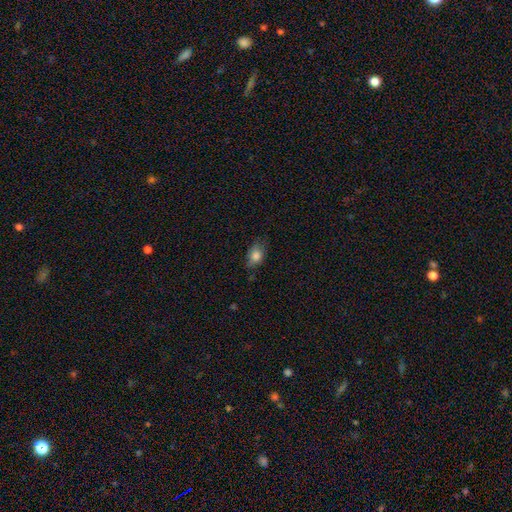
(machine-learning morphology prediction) Q: Smooth or featured?
A: smooth (79%); runner-up: featured or disk (12%)
Q: How rounded?
A: in between (76%); runner-up: round (21%)
Q: Merging?
A: none (63%); runner-up: minor disturbance (28%)